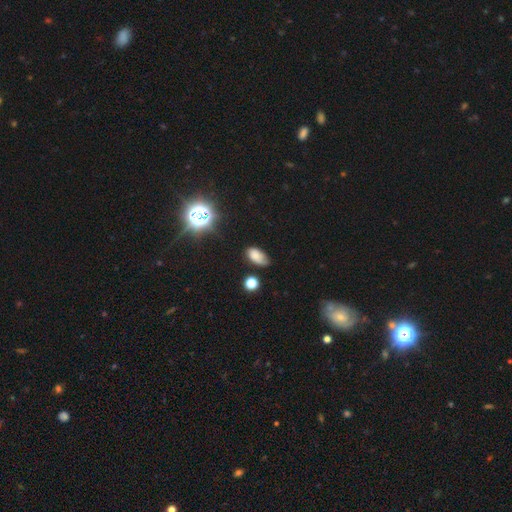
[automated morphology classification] Smooth or featured? Predicted: smooth (p=0.71). How rounded? Predicted: in between (p=0.91). Merging? Predicted: none (p=0.53).